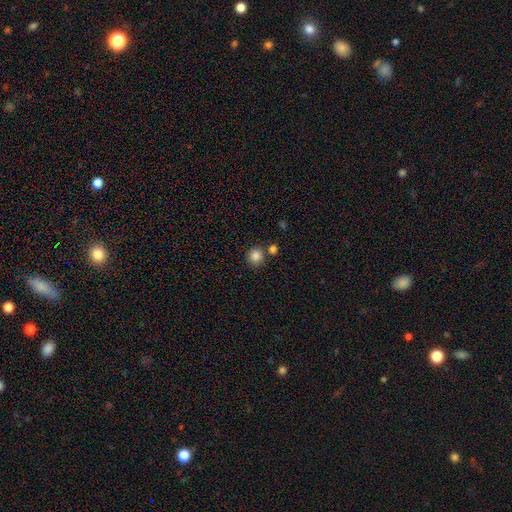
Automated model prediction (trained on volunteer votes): Smooth or featured?
  - smooth: 85% *
  - star or artifact: 11%
  - featured or disk: 4%
How rounded?
  - round: 91% *
  - in between: 8%
  - cigar-shaped: 1%
Merging?
  - none: 76% *
  - merger: 13%
  - minor disturbance: 8%
  - major disturbance: 3%